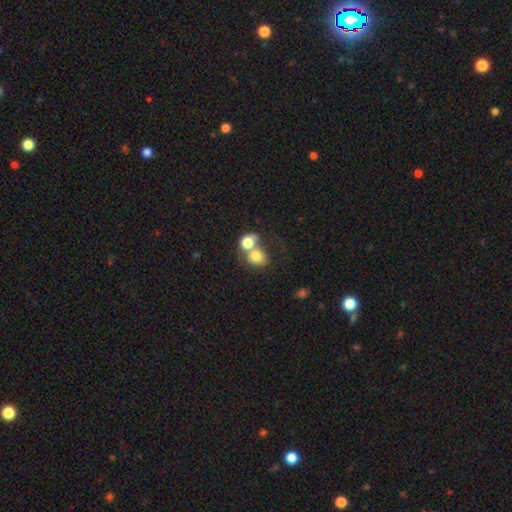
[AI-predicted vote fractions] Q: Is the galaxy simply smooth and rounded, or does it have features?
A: smooth — 74%.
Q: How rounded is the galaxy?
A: round — 60%.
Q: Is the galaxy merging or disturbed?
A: merger — 66%.